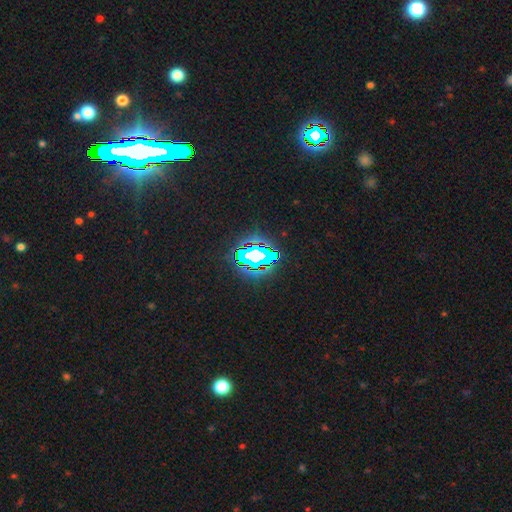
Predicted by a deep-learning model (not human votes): Smooth or featured?
  - star or artifact: 69% *
  - smooth: 16%
  - featured or disk: 15%